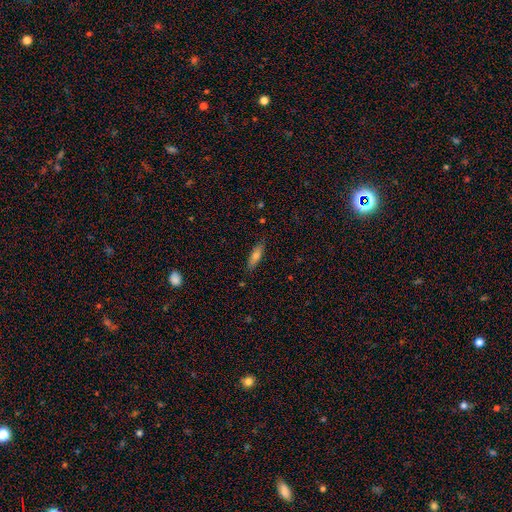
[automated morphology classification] Q: Smooth or featured?
A: smooth (75%); runner-up: featured or disk (18%)
Q: How rounded?
A: in between (50%); runner-up: cigar-shaped (48%)
Q: Merging?
A: none (85%); runner-up: minor disturbance (11%)